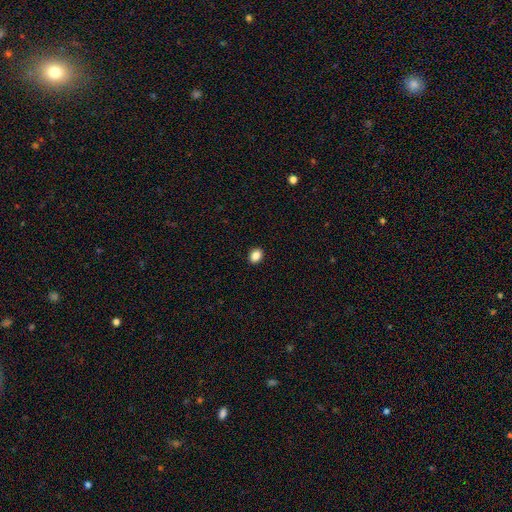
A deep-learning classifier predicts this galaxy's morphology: This is clearly a smooth galaxy (88%). How rounded: likely in between (61%). Merging: clearly none (92%).